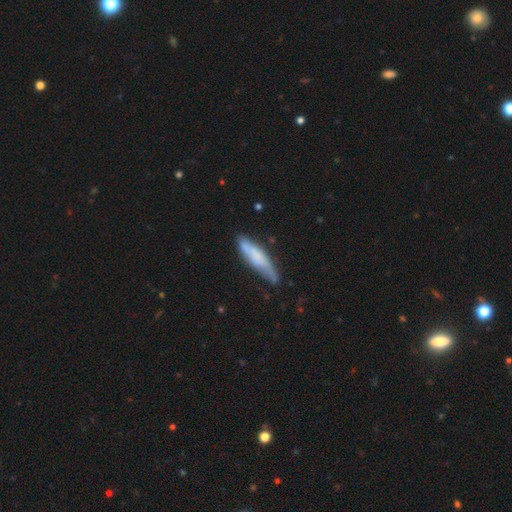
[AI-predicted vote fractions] This is possibly a smooth galaxy (59%). How rounded: likely cigar-shaped (76%). Merging: likely none (65%).